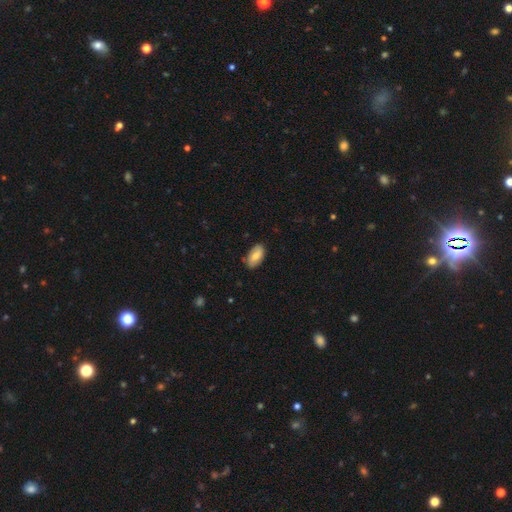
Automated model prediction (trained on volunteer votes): A smooth galaxy with no disk features (77%) that is in between round and cigar-shaped (94%).

Vote fractions:
- Smooth or featured? smooth: 77% / featured or disk: 17% / star or artifact: 6%
- How rounded? in between: 94% / cigar-shaped: 3% / round: 3%
- Merging? none: 83% / minor disturbance: 13% / major disturbance: 2% / merger: 1%